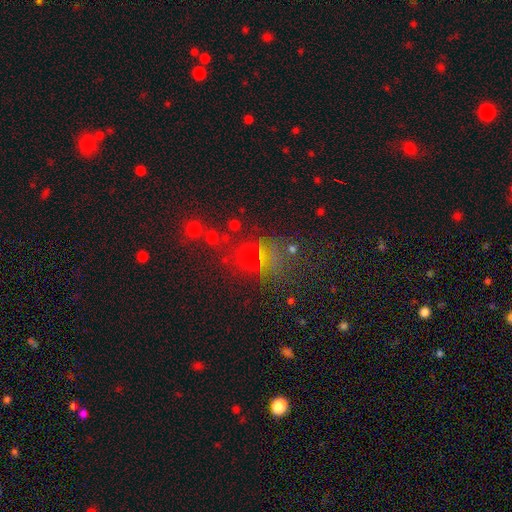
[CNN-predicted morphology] Smooth or featured? Predicted: star or artifact (p=0.46).